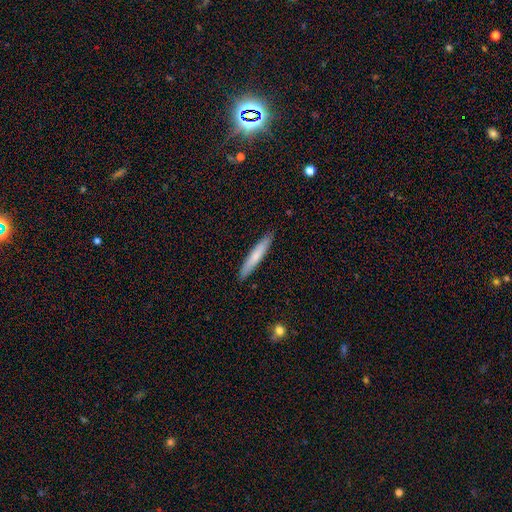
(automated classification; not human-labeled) Morphology: type=smooth (71%); roundness=cigar-shaped (93%); merging=none (90%).